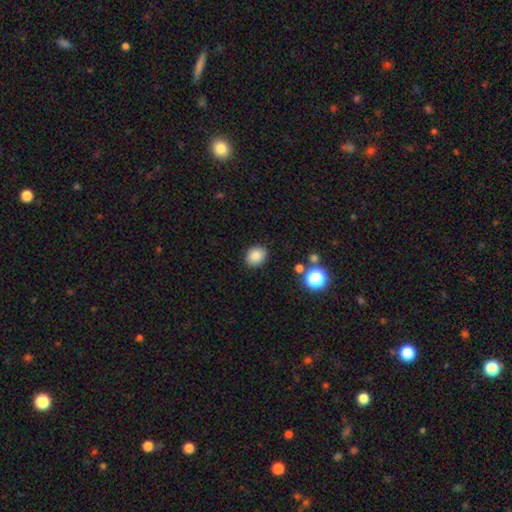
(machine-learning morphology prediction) Smooth or featured?
  - smooth: 84% *
  - star or artifact: 10%
  - featured or disk: 6%
How rounded?
  - in between: 51% *
  - round: 48%
  - cigar-shaped: 1%
Merging?
  - none: 87% *
  - minor disturbance: 9%
  - major disturbance: 2%
  - merger: 2%